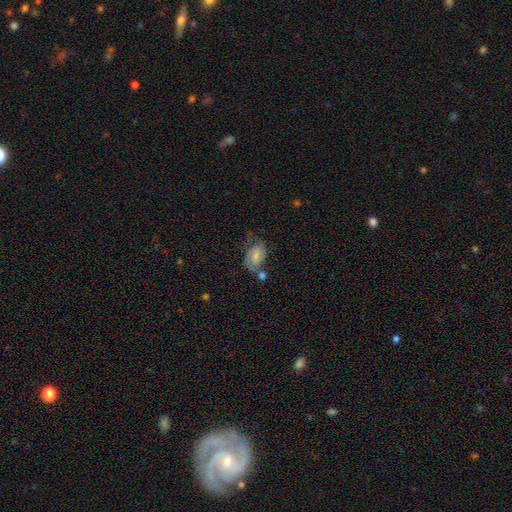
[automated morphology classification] A featured or disk galaxy (52%) with no bar (48%), spiral arms (86%) and a small central bulge (44%).

Vote fractions:
- Smooth or featured? featured or disk: 52% / smooth: 39% / star or artifact: 8%
- Edge-on disk? no: 96% / yes: 4%
- Bar? no: 48% / weak: 42% / strong: 10%
- Spiral arms? yes: 86% / no: 14%
- Bulge size? small: 44% / moderate: 30% / none: 16% / large: 7% / dominant: 2%
- Merging? none: 40% / minor disturbance: 25% / merger: 19% / major disturbance: 17%